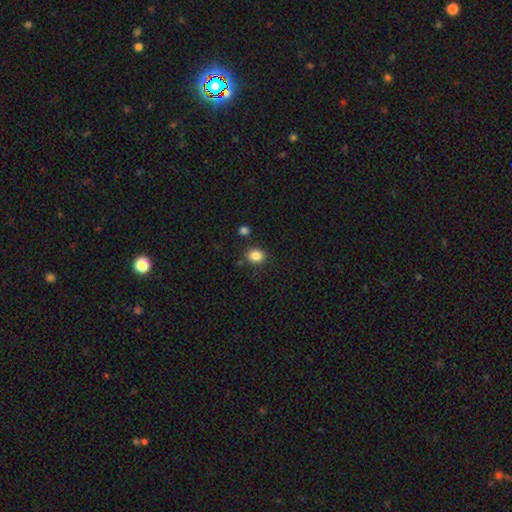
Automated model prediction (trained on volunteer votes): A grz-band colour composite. It shows a smooth galaxy with no disk features (86%) that is round (56%). Merging: none (81%).